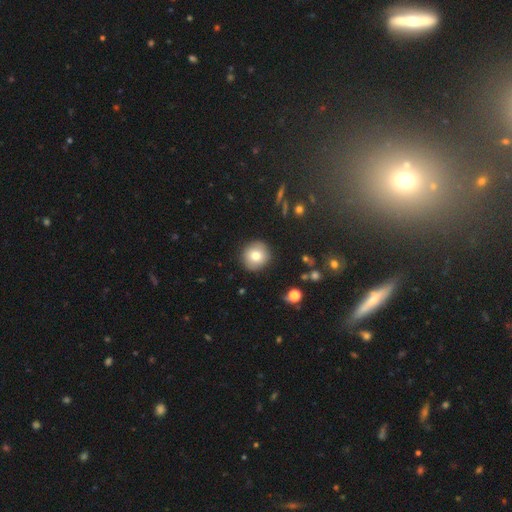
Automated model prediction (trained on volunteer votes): This is likely a smooth galaxy (78%). How rounded: clearly round (92%). Merging: clearly none (90%).